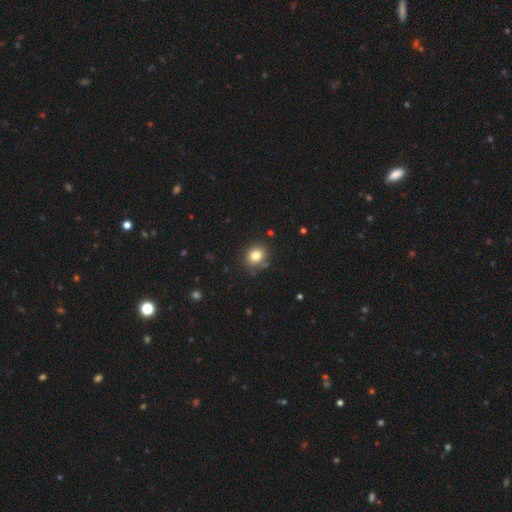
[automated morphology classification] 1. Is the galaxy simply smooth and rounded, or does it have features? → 80% smooth, 12% star or artifact, 8% featured or disk.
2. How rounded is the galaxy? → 69% round, 30% in between, 1% cigar-shaped.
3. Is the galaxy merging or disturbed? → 83% none, 11% minor disturbance, 3% merger, 3% major disturbance.